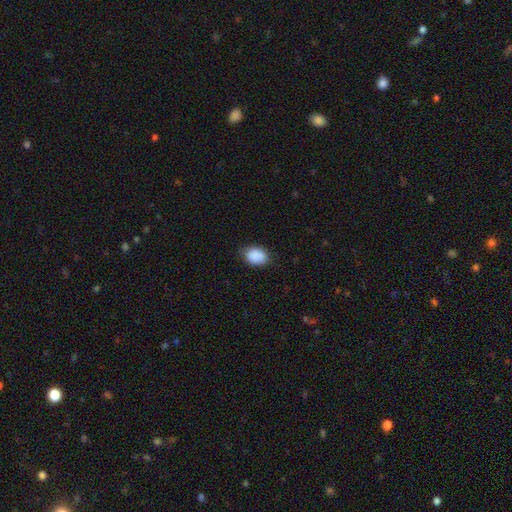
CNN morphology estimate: Smooth or featured? Predicted: smooth (p=0.89). How rounded? Predicted: in between (p=0.72). Merging? Predicted: none (p=0.78).